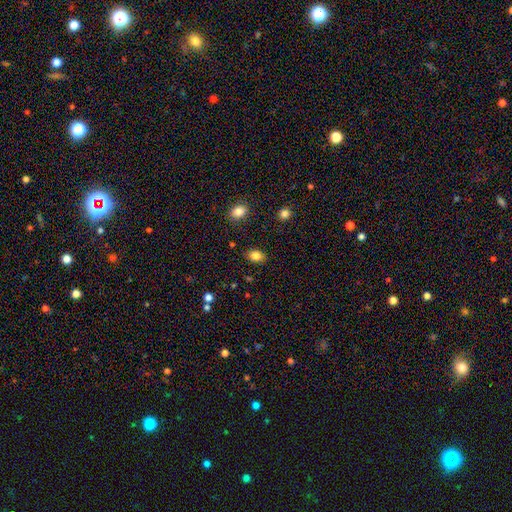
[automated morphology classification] Smooth or featured? Predicted: smooth (p=0.84). How rounded? Predicted: in between (p=0.77). Merging? Predicted: none (p=0.86).